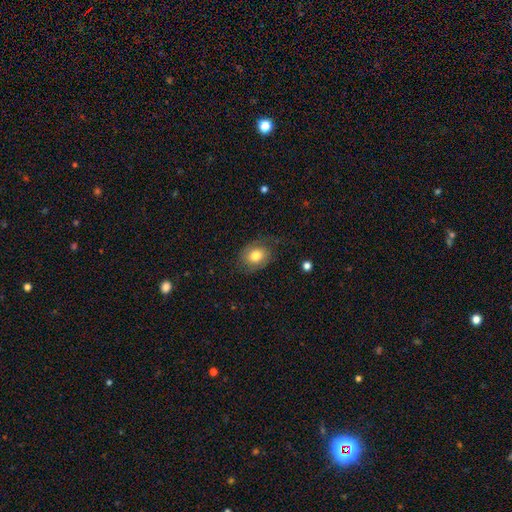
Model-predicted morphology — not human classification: Q: Smooth or featured?
A: smooth (50%); runner-up: featured or disk (41%)
Q: How rounded?
A: in between (55%); runner-up: round (44%)
Q: Merging?
A: none (65%); runner-up: minor disturbance (20%)